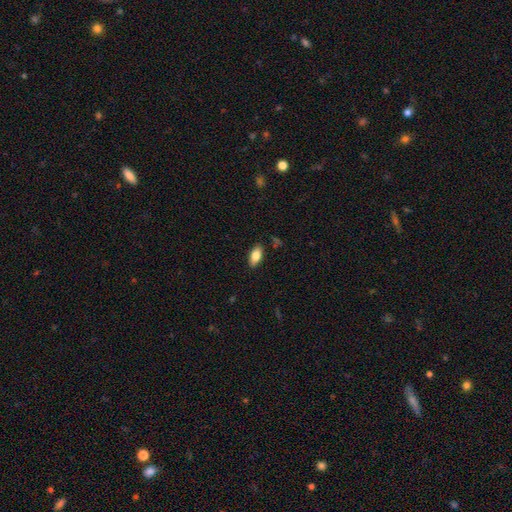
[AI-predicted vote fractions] The model was most divided on "smooth or featured": smooth: 81%, featured or disk: 13%, star or artifact: 7%. More confident: how rounded — in between (89%); merging — none (86%).